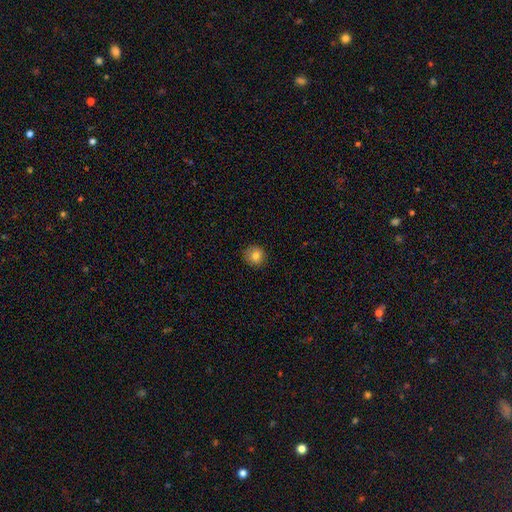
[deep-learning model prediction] Smooth or featured: smooth — 80% (star or artifact — 11%)
How rounded: round — 92% (in between — 7%)
Merging: none — 90% (minor disturbance — 8%)